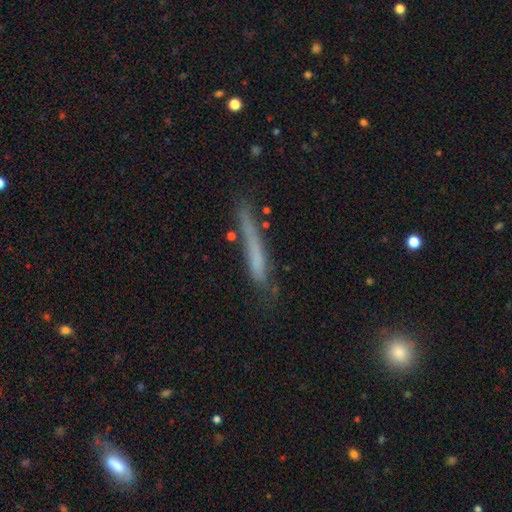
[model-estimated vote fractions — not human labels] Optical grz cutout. It shows a smooth galaxy with no disk features (58%) that is cigar-shaped (94%). Merging: none (59%).